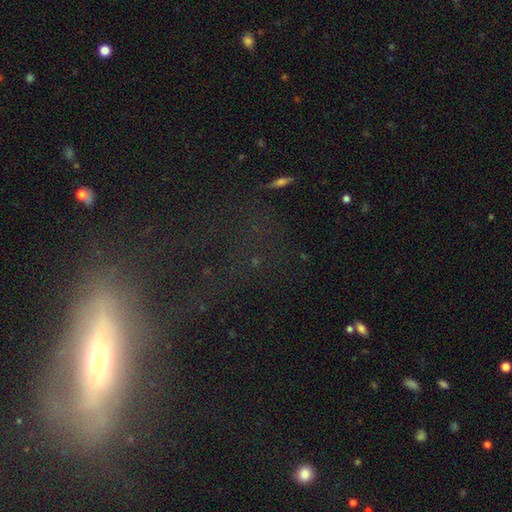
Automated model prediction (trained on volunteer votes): This is possibly a featured or disk galaxy (49%). Merging: possibly none (57%).